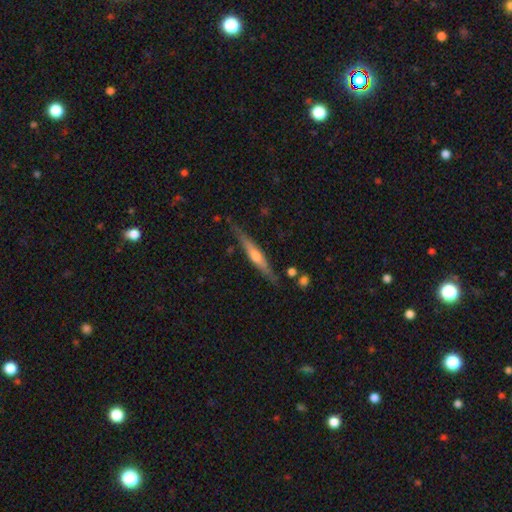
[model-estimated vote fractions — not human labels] smooth_or_featured: featured or disk (p=0.64) [alt: smooth p=0.31]
disk_edge_on: yes (p=0.95) [alt: no p=0.05]
edge_on_bulge: rounded (p=0.81) [alt: none p=0.13]
merging: none (p=0.80) [alt: minor disturbance p=0.14]